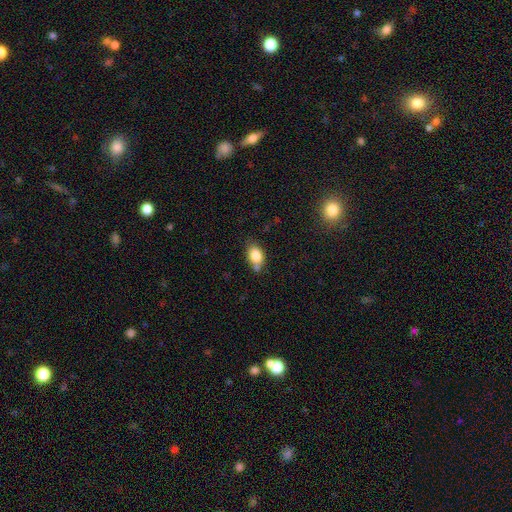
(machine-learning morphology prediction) The model was most divided on "merging": none: 59%, minor disturbance: 20%, merger: 17%, major disturbance: 5%. More confident: smooth or featured — smooth (83%); how rounded — in between (80%).